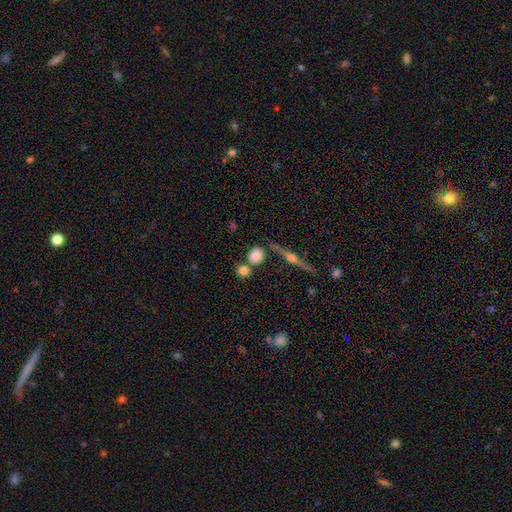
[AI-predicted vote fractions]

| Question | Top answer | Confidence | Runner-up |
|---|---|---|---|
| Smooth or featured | smooth | 79% | featured or disk (11%) |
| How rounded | round | 86% | in between (11%) |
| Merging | none | 62% | merger (25%) |